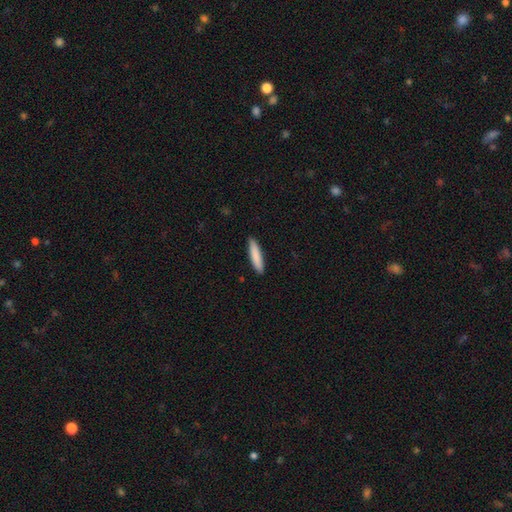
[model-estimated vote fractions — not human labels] smooth 86%, featured or disk 8%, star or artifact 5%. Down the decision tree: how rounded — cigar-shaped (85%); merging — none (91%).